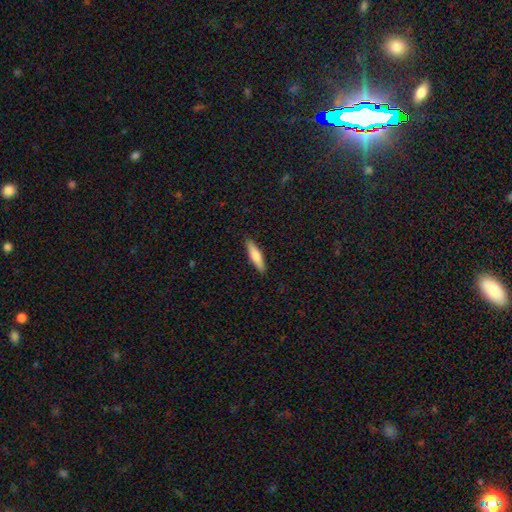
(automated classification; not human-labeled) Morphology: type=smooth (72%); roundness=cigar-shaped (76%); merging=none (90%).